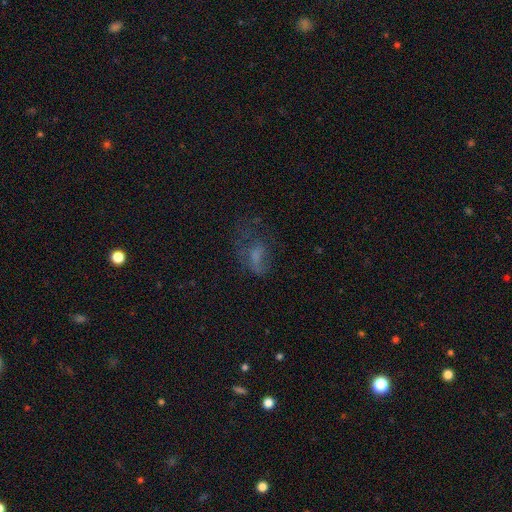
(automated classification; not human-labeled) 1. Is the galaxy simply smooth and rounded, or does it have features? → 47% smooth, 34% featured or disk, 19% star or artifact.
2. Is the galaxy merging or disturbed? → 44% major disturbance, 32% none, 20% minor disturbance, 4% merger.